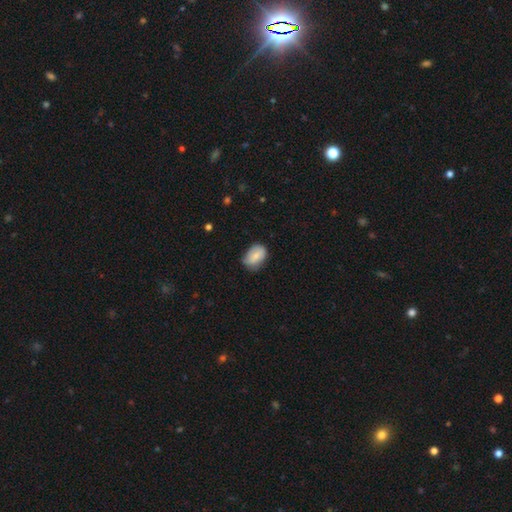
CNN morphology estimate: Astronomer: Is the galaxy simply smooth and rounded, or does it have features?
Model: smooth — 74%.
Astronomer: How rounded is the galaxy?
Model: in between — 81%.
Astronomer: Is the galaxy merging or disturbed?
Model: none — 61%.